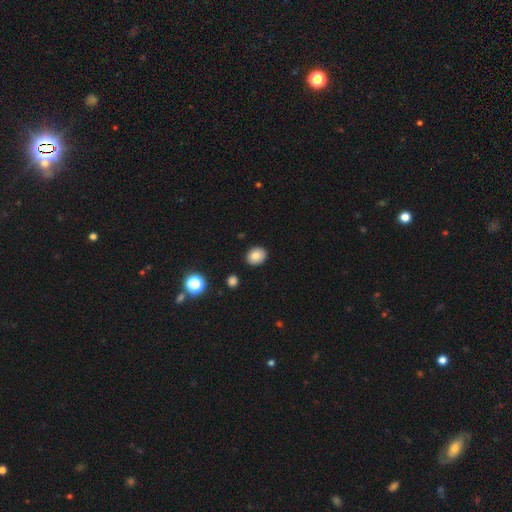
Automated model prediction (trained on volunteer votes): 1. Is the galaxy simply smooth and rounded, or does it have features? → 80% smooth, 10% star or artifact, 10% featured or disk.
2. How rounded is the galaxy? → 65% round, 34% in between, 1% cigar-shaped.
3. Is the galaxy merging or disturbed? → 89% none, 7% minor disturbance, 2% major disturbance, 1% merger.